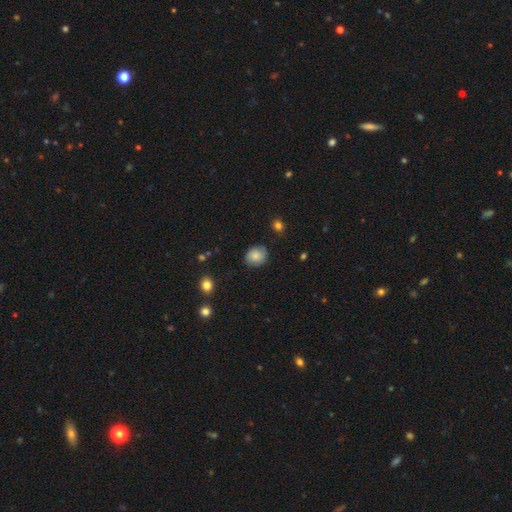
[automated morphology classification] smooth_or_featured: smooth (p=0.82) [alt: featured or disk p=0.09]
how_rounded: round (p=0.67) [alt: in between p=0.33]
merging: none (p=0.82) [alt: minor disturbance p=0.14]